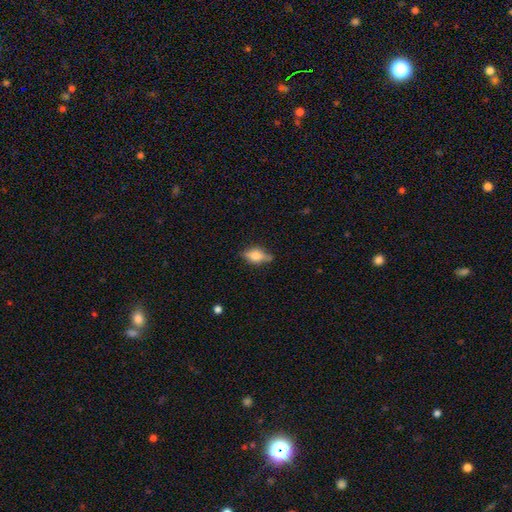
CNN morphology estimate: Overall: smooth (54%; featured or disk 38%). How rounded: in between (79%). Merging: none (70%).